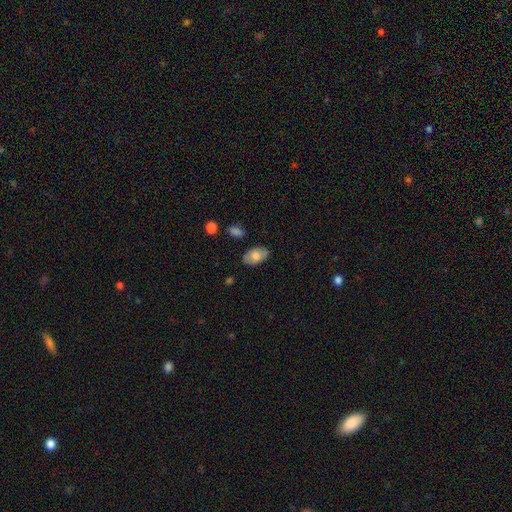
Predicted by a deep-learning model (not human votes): The model was most divided on "smooth or featured": smooth: 71%, featured or disk: 22%, star or artifact: 7%. More confident: how rounded — in between (92%); merging — none (81%).